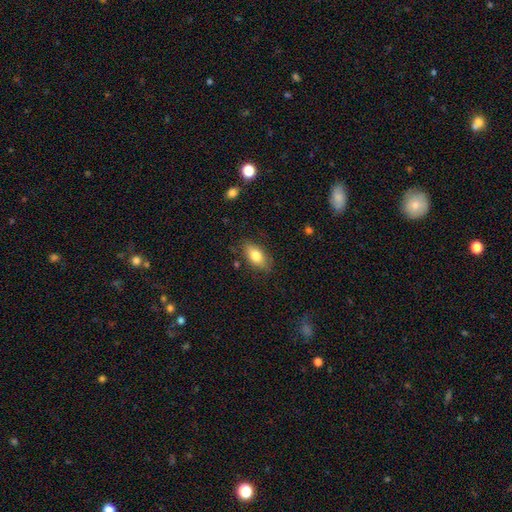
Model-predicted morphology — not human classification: Smooth or featured: smooth — 77% (featured or disk — 16%)
How rounded: in between — 87% (cigar-shaped — 8%)
Merging: none — 82% (minor disturbance — 14%)